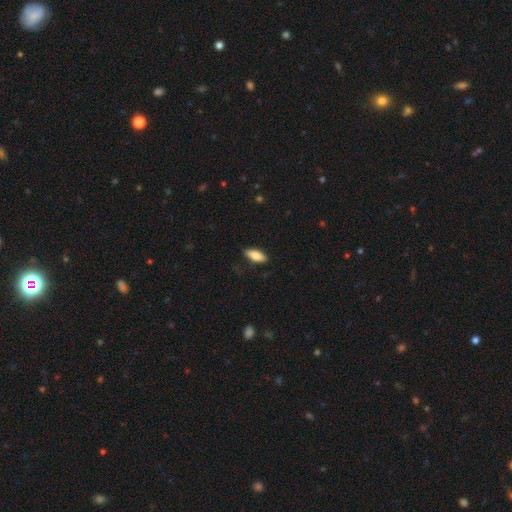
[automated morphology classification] Smooth or featured?
  - smooth: 80% *
  - featured or disk: 13%
  - star or artifact: 6%
How rounded?
  - in between: 76% *
  - cigar-shaped: 22%
  - round: 2%
Merging?
  - none: 85% *
  - minor disturbance: 12%
  - major disturbance: 2%
  - merger: 1%